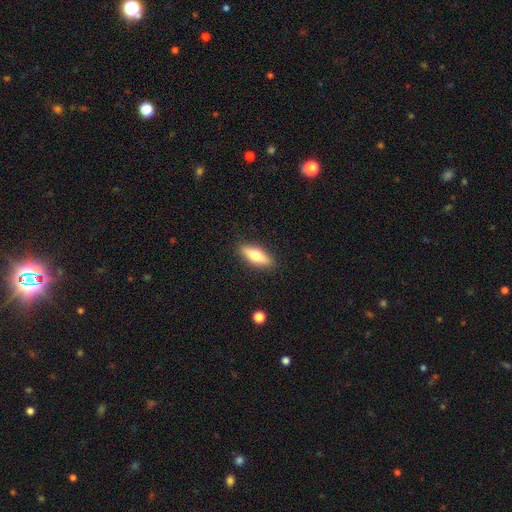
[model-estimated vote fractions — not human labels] The model was most divided on "how rounded": in between: 54%, cigar-shaped: 44%, round: 2%. More confident: merging — none (88%); smooth or featured — smooth (67%).